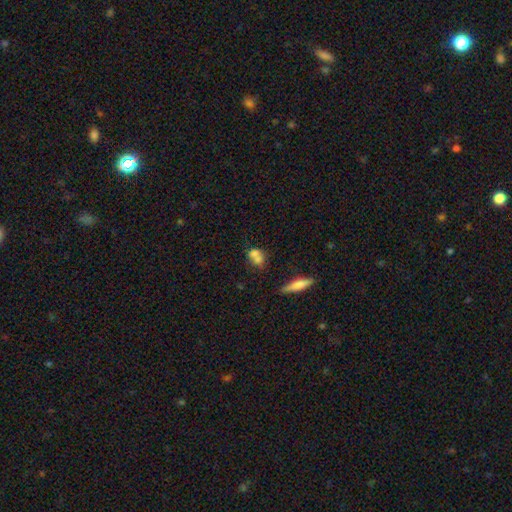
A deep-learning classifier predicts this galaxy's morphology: This is likely a smooth galaxy (67%). How rounded: possibly in between (52%). Merging: possibly merger (55%).